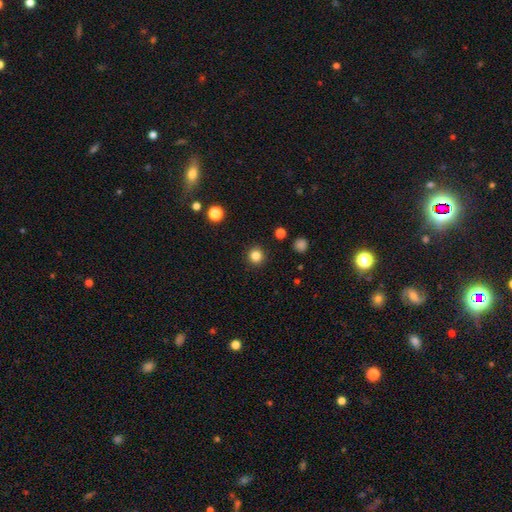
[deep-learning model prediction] smooth_or_featured: smooth (p=0.83) [alt: star or artifact p=0.13]
how_rounded: round (p=0.95) [alt: in between p=0.04]
merging: none (p=0.92) [alt: minor disturbance p=0.05]